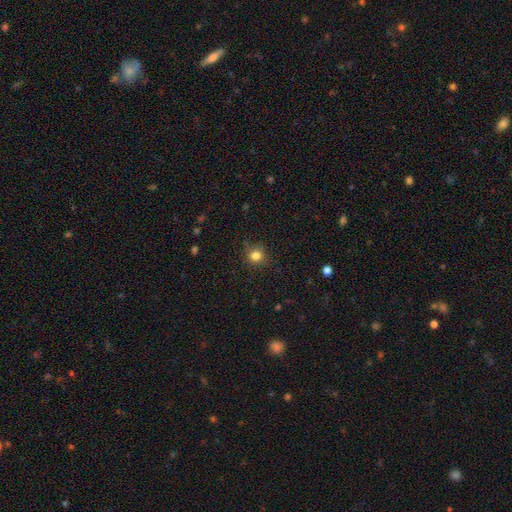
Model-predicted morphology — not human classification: This is clearly a smooth galaxy (82%). How rounded: clearly round (88%). Merging: clearly none (84%).